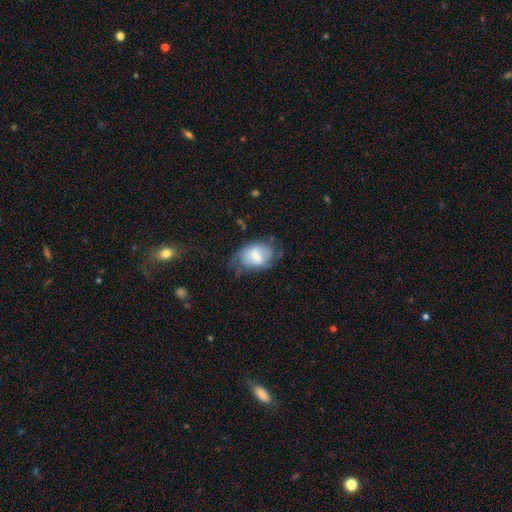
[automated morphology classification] This is possibly a smooth galaxy (60%). How rounded: clearly in between (84%). Merging: marginally none (42%).